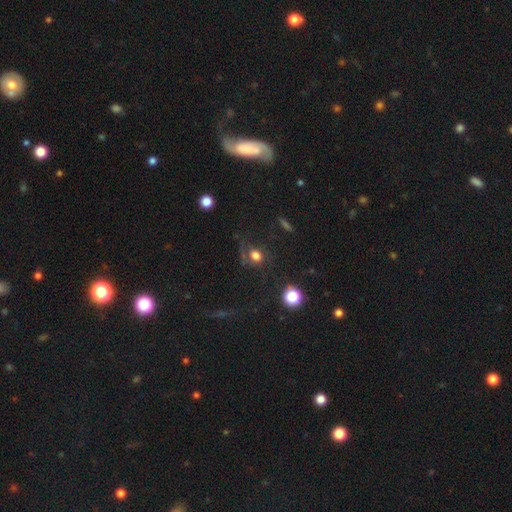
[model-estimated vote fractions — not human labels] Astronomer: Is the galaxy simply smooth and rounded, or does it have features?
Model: smooth — 64%.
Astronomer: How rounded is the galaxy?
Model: round — 63%.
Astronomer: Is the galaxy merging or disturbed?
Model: none — 54%.